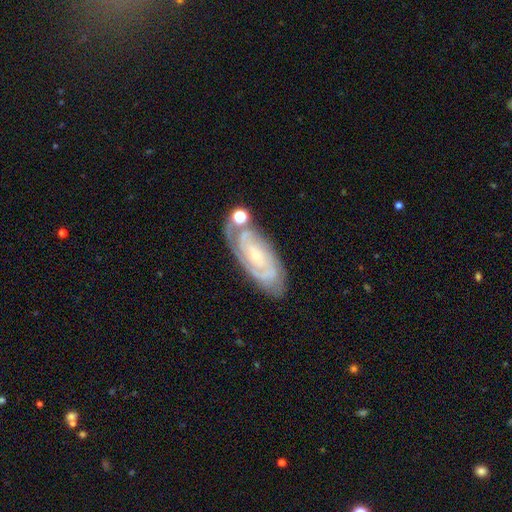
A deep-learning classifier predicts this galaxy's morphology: type=featured or disk (84%); edge-on=no (93%); bar=no (67%); spiral arms=yes (95%); winding=tight (73%); arm count=2 (38%); bulge=small (78%); merging=none (62%).